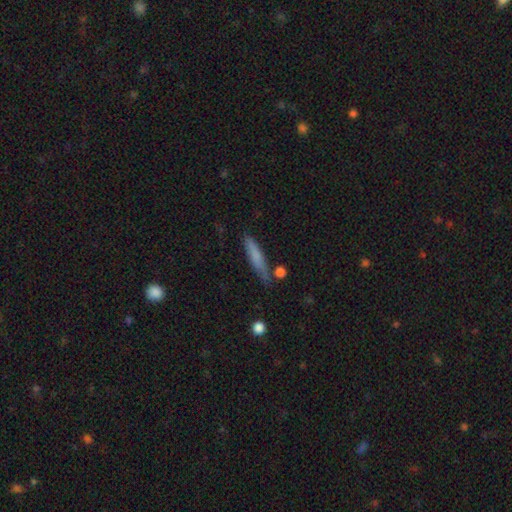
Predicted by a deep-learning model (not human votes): smooth-or-featured: smooth: 71% | featured or disk: 21% | star or artifact: 7%
  how-rounded: cigar-shaped: 86% | in between: 12% | round: 2%
  merging: none: 74% | minor disturbance: 17% | merger: 5% | major disturbance: 4%